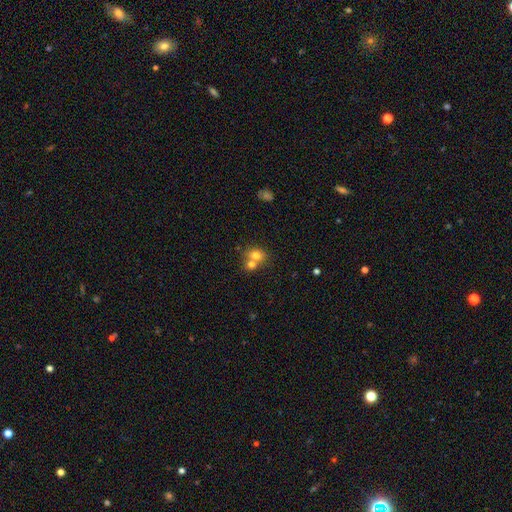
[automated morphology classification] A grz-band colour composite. It shows a smooth galaxy with no disk features (73%) that is round (64%). Merging: merger (56%).